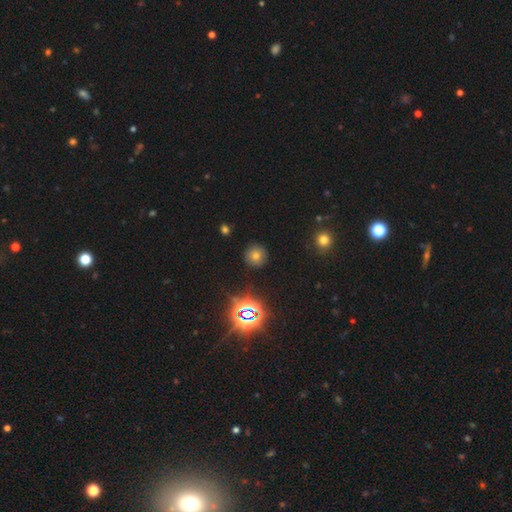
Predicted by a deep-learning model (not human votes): smooth_or_featured: smooth (p=0.54) [alt: star or artifact p=0.34]
how_rounded: round (p=0.93) [alt: in between p=0.06]
merging: none (p=0.88) [alt: minor disturbance p=0.08]